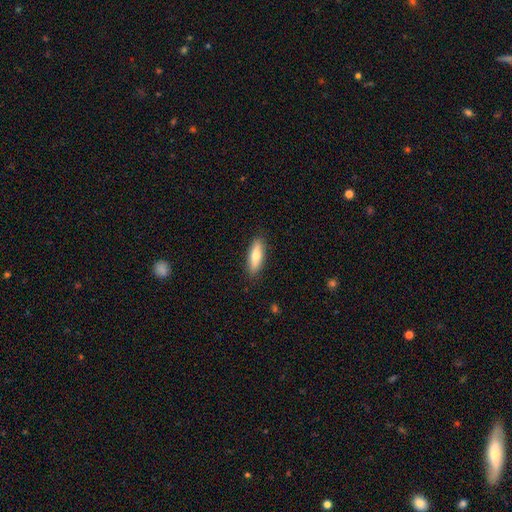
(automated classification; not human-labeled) Smooth or featured? Predicted: smooth (p=0.69). How rounded? Predicted: in between (p=0.50). Merging? Predicted: none (p=0.87).